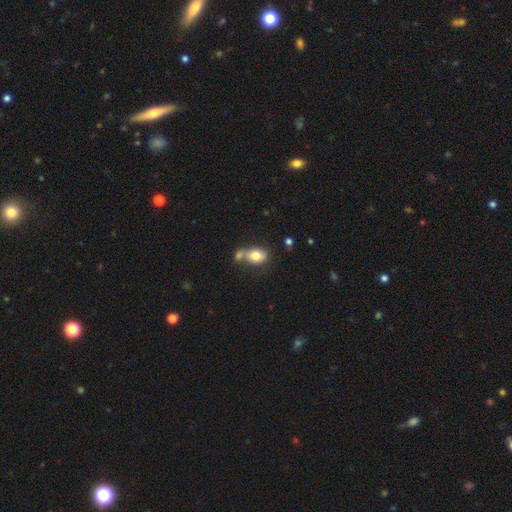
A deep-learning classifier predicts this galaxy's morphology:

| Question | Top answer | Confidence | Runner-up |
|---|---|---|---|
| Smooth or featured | smooth | 78% | featured or disk (13%) |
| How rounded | in between | 71% | round (27%) |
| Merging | merger | 43% | none (35%) |